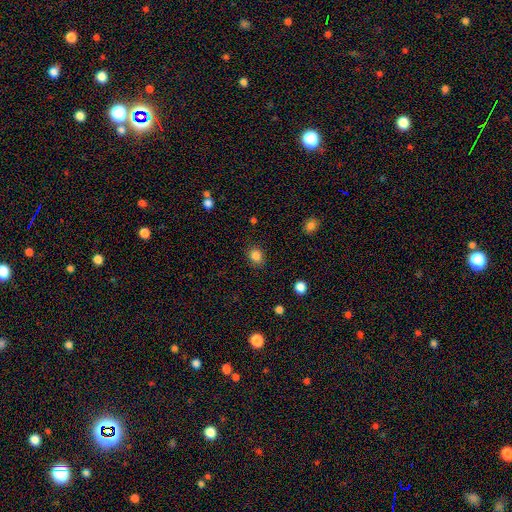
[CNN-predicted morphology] Overall: smooth (85%). How rounded: round (56%; in between 43%). Merging: none (86%).